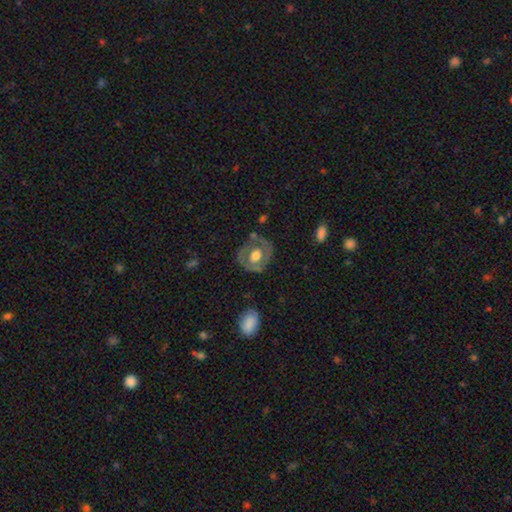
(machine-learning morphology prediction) type=featured or disk (57%); edge-on=no (95%); bar=no (76%); spiral arms=no (73%); bulge=moderate (51%); merging=none (67%).